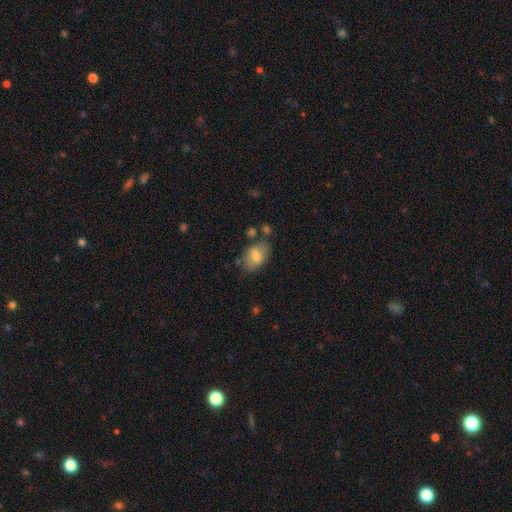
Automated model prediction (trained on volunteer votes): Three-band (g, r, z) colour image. It shows a smooth galaxy with no disk features (67%) that is in between round and cigar-shaped (85%). Merging: none (62%).